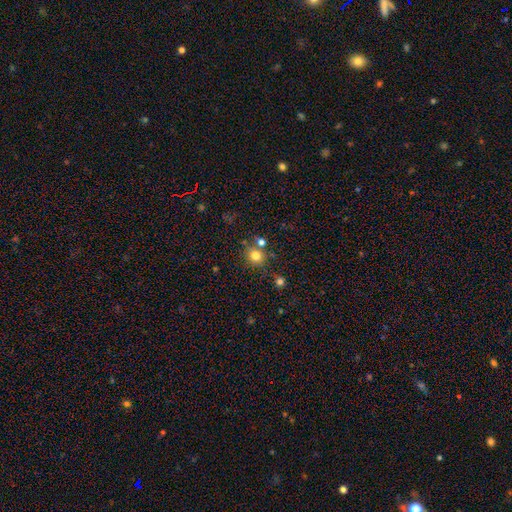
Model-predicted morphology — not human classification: smooth 78%, star or artifact 14%, featured or disk 8%. Down the decision tree: how rounded — round (85%); merging — none (74%).